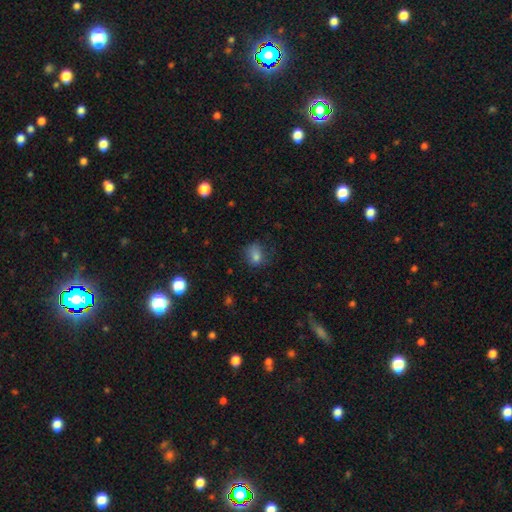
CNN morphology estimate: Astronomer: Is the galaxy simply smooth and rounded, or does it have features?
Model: smooth — 77%.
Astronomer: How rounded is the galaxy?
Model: in between — 51% (runner-up: round, 47%).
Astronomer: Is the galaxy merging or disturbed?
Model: none — 63%.